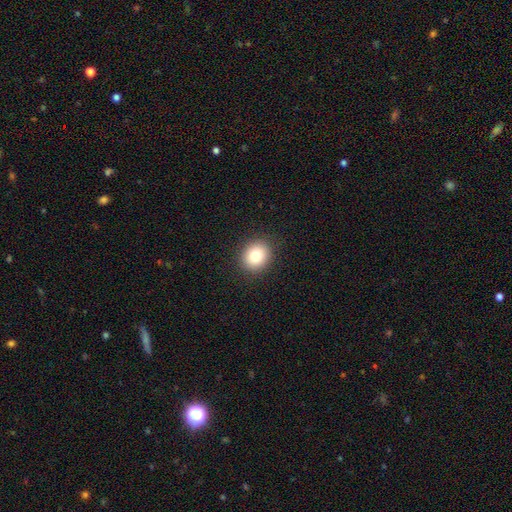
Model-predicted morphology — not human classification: Smooth or featured? smooth (80%)
How rounded? round (77%)
Merging? none (91%)